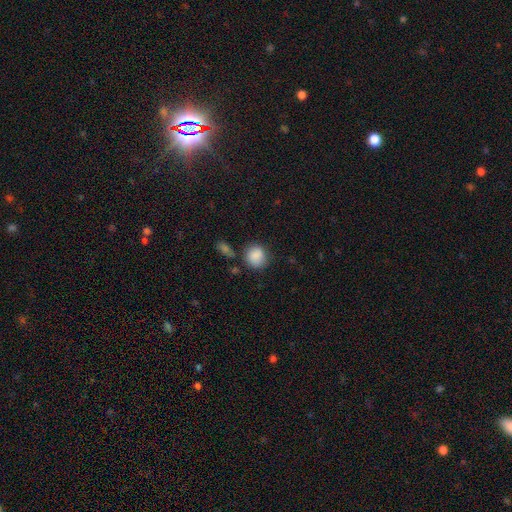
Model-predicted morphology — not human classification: Q: Smooth or featured?
A: smooth (87%); runner-up: star or artifact (8%)
Q: How rounded?
A: round (81%); runner-up: in between (18%)
Q: Merging?
A: none (70%); runner-up: minor disturbance (18%)